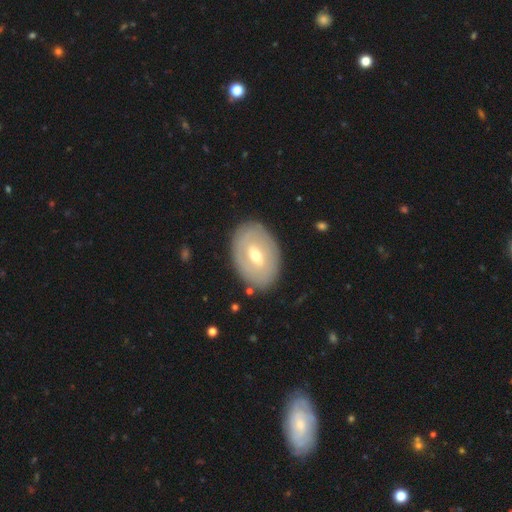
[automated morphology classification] A featured or disk galaxy (58%) with a weak bar (52%), no spiral arms (69%) and a moderate central bulge (60%). Merging: none (85%).